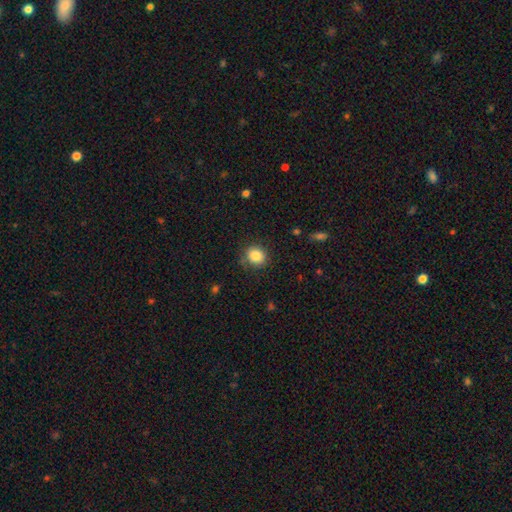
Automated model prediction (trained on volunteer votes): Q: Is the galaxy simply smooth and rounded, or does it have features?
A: smooth — 85%.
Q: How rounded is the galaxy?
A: round — 74%.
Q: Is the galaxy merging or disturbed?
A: none — 84%.